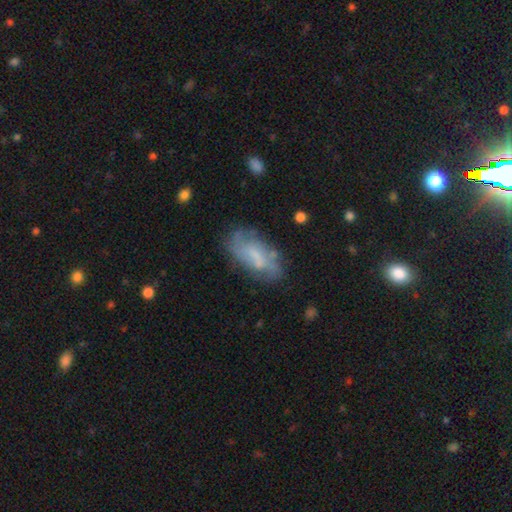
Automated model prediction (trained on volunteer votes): smooth_or_featured: featured or disk (p=0.49) [alt: smooth p=0.43]
merging: none (p=0.59) [alt: minor disturbance p=0.25]